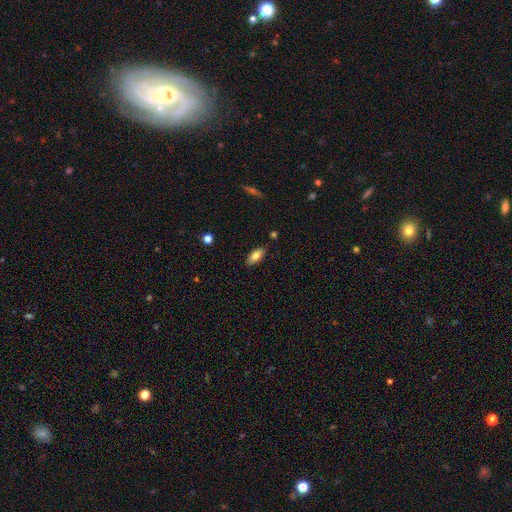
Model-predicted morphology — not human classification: Smooth or featured: smooth — 80% (featured or disk — 13%)
How rounded: in between — 85% (cigar-shaped — 13%)
Merging: none — 86% (minor disturbance — 10%)